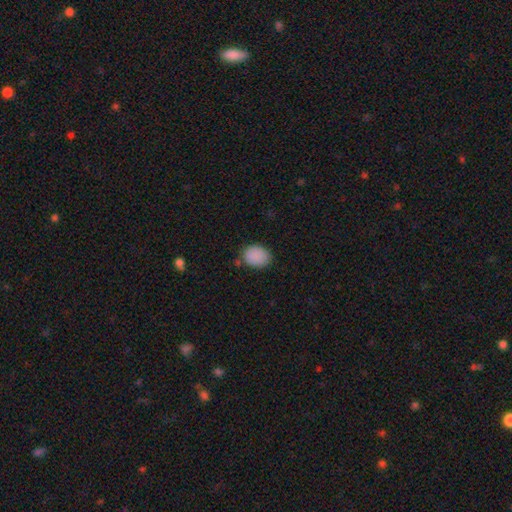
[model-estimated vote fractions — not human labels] This is clearly a smooth galaxy (88%). How rounded: possibly in between (59%). Merging: likely none (79%).